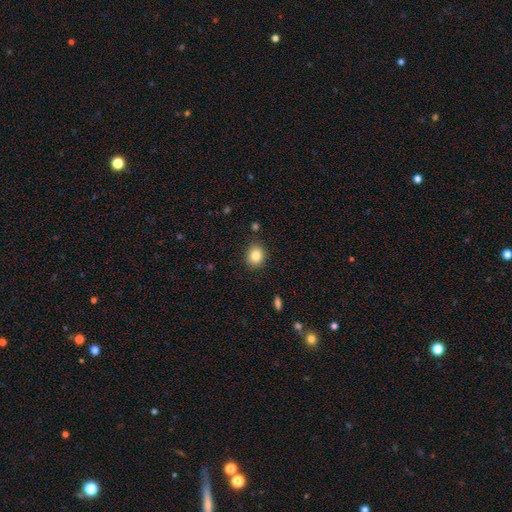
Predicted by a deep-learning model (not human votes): smooth 82%, star or artifact 10%, featured or disk 8%. Down the decision tree: how rounded — round (67%); merging — none (86%).